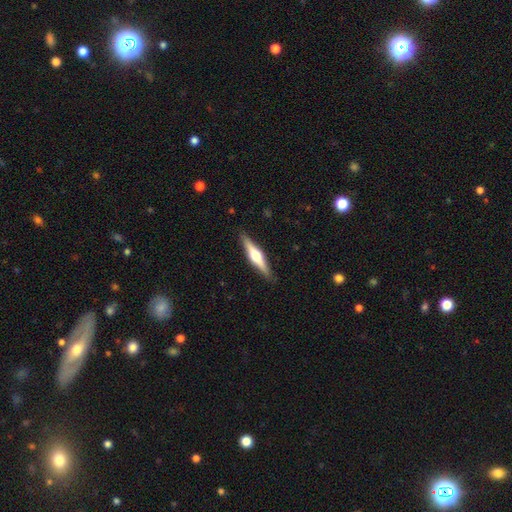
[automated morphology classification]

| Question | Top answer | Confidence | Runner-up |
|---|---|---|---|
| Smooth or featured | featured or disk | 65% | smooth (30%) |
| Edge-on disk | yes | 97% | no (3%) |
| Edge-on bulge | rounded | 93% | boxy (4%) |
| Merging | none | 90% | minor disturbance (7%) |